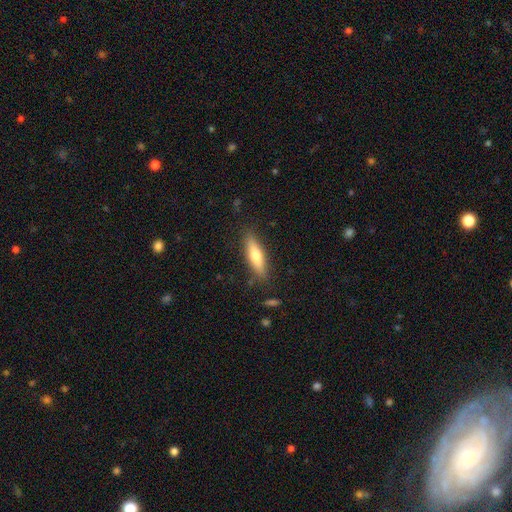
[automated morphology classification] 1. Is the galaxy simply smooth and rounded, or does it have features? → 65% smooth, 29% featured or disk, 6% star or artifact.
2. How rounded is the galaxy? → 68% cigar-shaped, 30% in between, 2% round.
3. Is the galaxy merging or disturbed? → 84% none, 11% minor disturbance, 3% major disturbance, 2% merger.